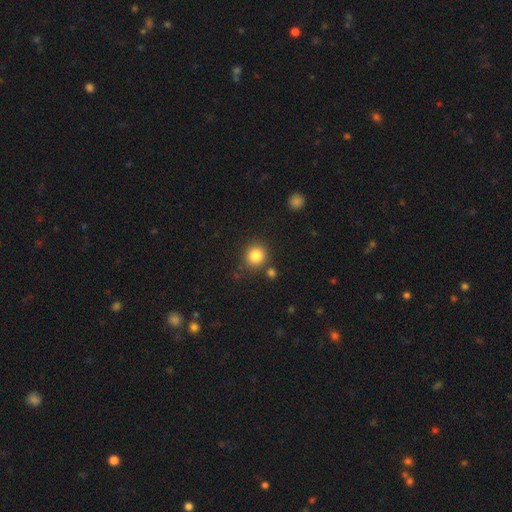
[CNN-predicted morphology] Smooth or featured? Predicted: smooth (p=0.84). How rounded? Predicted: round (p=0.88). Merging? Predicted: none (p=0.80).